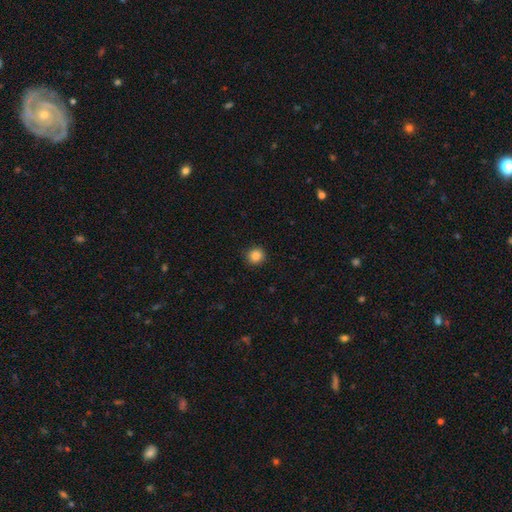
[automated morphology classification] A smooth galaxy with no disk features (85%) that is round (91%).

Vote fractions:
- Smooth or featured? smooth: 85% / star or artifact: 11% / featured or disk: 4%
- How rounded? round: 91% / in between: 8% / cigar-shaped: 1%
- Merging? none: 91% / minor disturbance: 6% / major disturbance: 2% / merger: 1%